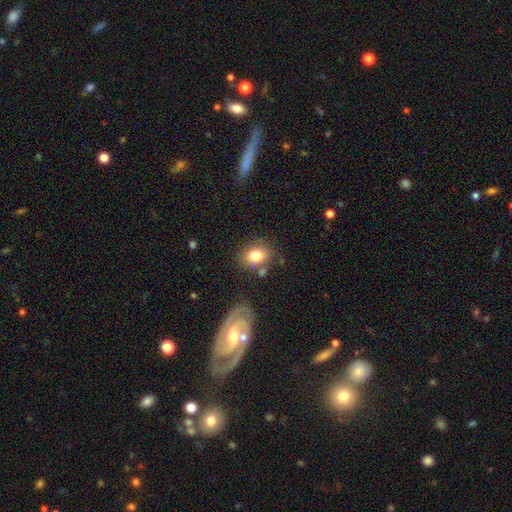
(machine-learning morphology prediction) This appears to be a smooth galaxy with no disk features (79%) that is in between round and cigar-shaped (62%). Merging: none (70%).